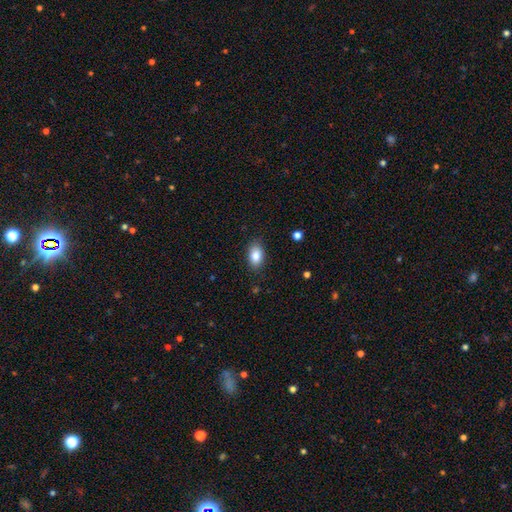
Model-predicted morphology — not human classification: Smooth or featured? smooth (85%)
How rounded? in between (89%)
Merging? none (85%)